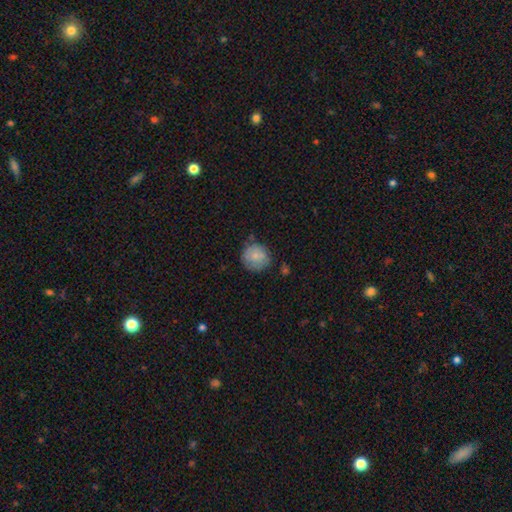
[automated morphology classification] type=smooth (79%); roundness=round (90%); merging=none (67%).